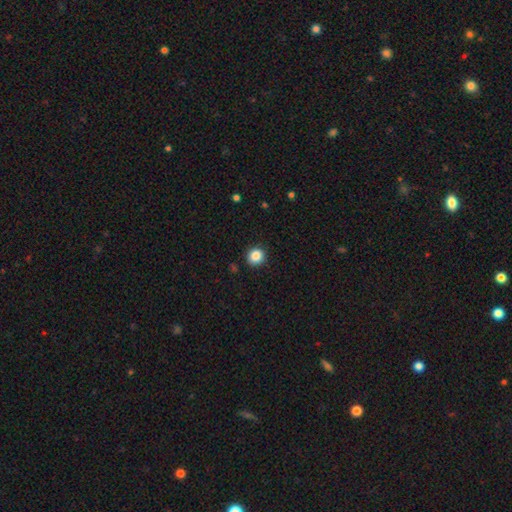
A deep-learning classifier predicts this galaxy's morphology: Smooth or featured? Predicted: smooth (p=0.86). How rounded? Predicted: round (p=0.91). Merging? Predicted: none (p=0.91).